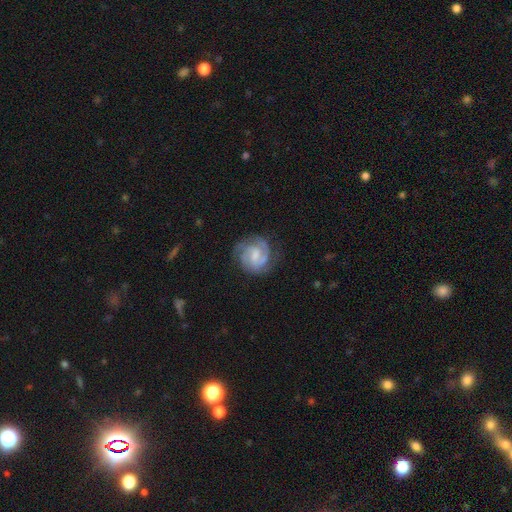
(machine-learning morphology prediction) Q: Smooth or featured?
A: featured or disk (81%); runner-up: smooth (14%)
Q: Edge-on disk?
A: no (98%); runner-up: yes (2%)
Q: Bar?
A: weak (58%); runner-up: no (25%)
Q: Spiral arms?
A: yes (96%); runner-up: no (4%)
Q: Spiral winding?
A: tight (51%); runner-up: medium (40%)
Q: Spiral arm count?
A: 2 (58%); runner-up: 3 (18%)
Q: Bulge size?
A: small (39%); runner-up: moderate (33%)
Q: Merging?
A: none (71%); runner-up: minor disturbance (19%)